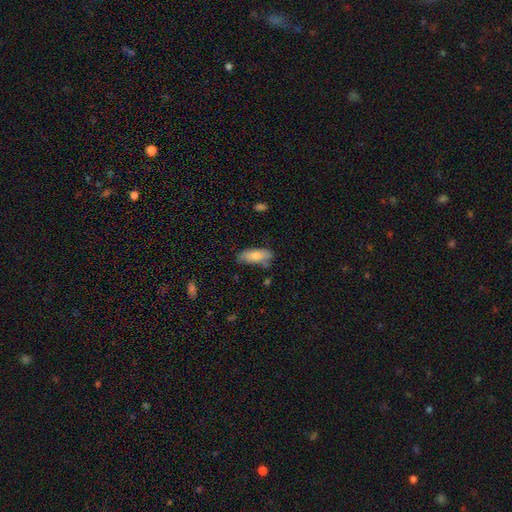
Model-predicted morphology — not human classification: Smooth or featured: smooth — 80% (featured or disk — 14%)
How rounded: in between — 76% (cigar-shaped — 21%)
Merging: none — 66% (minor disturbance — 24%)